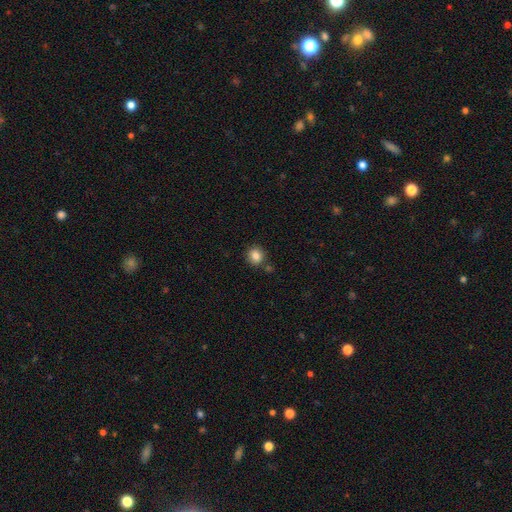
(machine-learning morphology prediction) Q: Smooth or featured?
A: smooth (85%); runner-up: star or artifact (10%)
Q: How rounded?
A: round (81%); runner-up: in between (18%)
Q: Merging?
A: none (81%); runner-up: minor disturbance (9%)